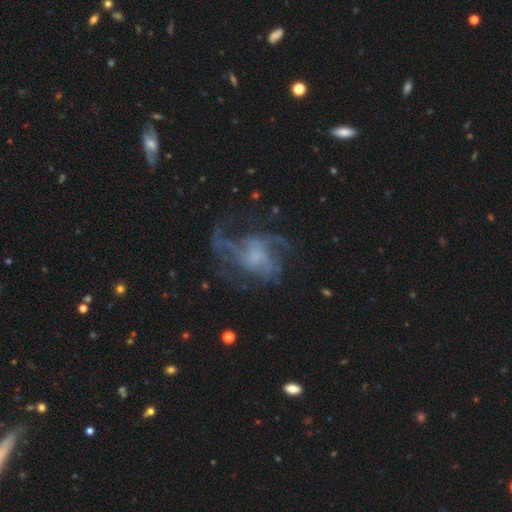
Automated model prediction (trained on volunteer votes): Smooth or featured? featured or disk (73%)
Edge-on disk? no (97%)
Bar? no (68%)
Spiral arms? yes (74%)
Spiral winding? loose (54%)
Spiral arm count? can't tell (32%)
Bulge size? none (36%)
Merging? none (41%)